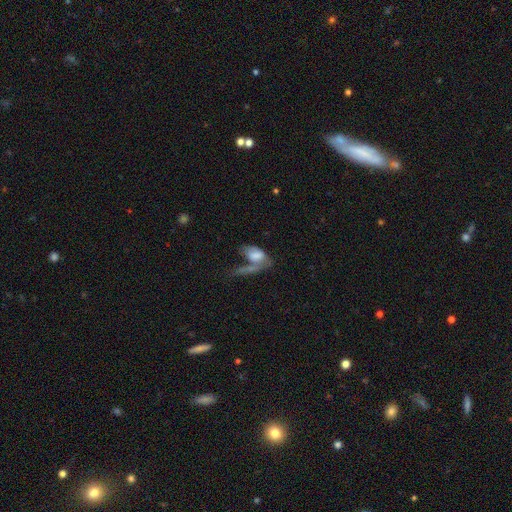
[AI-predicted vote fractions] A smooth galaxy with no disk features (63%) that is in between round and cigar-shaped (90%).

Vote fractions:
- Smooth or featured? smooth: 63% / featured or disk: 28% / star or artifact: 9%
- How rounded? in between: 90% / round: 6% / cigar-shaped: 4%
- Merging? merger: 40% / major disturbance: 28% / none: 19% / minor disturbance: 13%